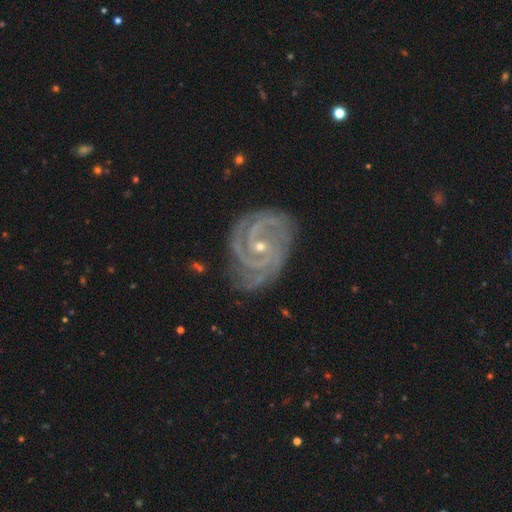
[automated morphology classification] Smooth or featured? featured or disk (87%)
Edge-on disk? no (97%)
Bar? no (52%)
Spiral arms? yes (98%)
Spiral winding? tight (65%)
Spiral arm count? 2 (31%)
Bulge size? small (72%)
Merging? none (76%)